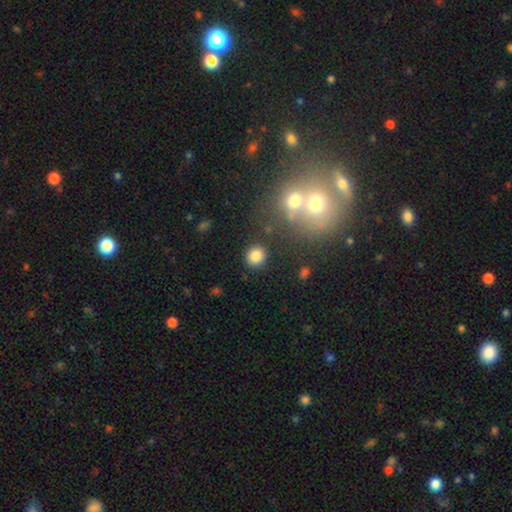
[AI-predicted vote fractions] Smooth or featured: smooth — 84% (star or artifact — 11%)
How rounded: round — 87% (in between — 12%)
Merging: none — 86% (minor disturbance — 8%)